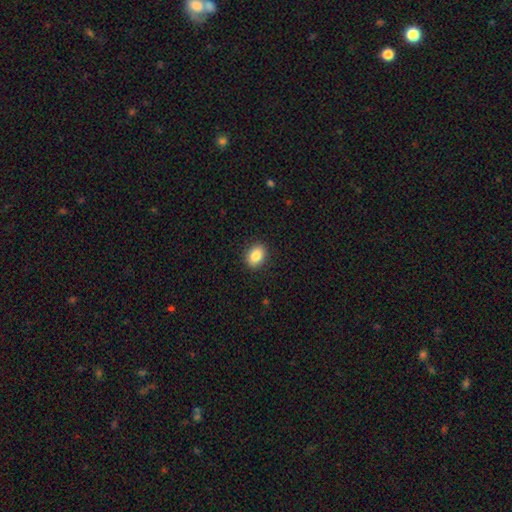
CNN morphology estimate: Smooth or featured?
  - smooth: 86% *
  - star or artifact: 8%
  - featured or disk: 6%
How rounded?
  - in between: 65% *
  - round: 34%
  - cigar-shaped: 1%
Merging?
  - none: 90% *
  - minor disturbance: 7%
  - major disturbance: 2%
  - merger: 1%